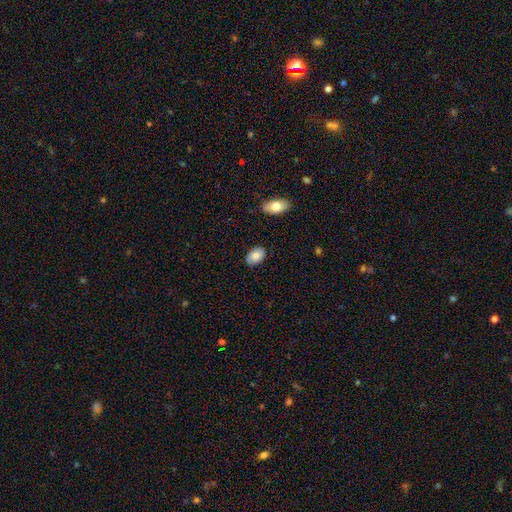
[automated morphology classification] Smooth or featured? Predicted: smooth (p=0.76). How rounded? Predicted: in between (p=0.87). Merging? Predicted: none (p=0.80).